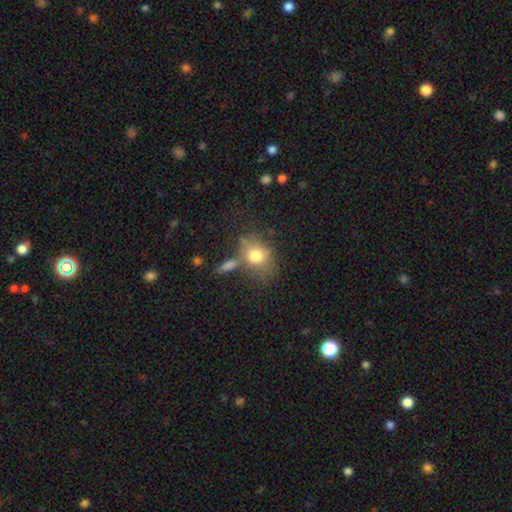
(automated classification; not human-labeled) Morphology: type=smooth (72%); roundness=in between (59%); merging=none (43%).